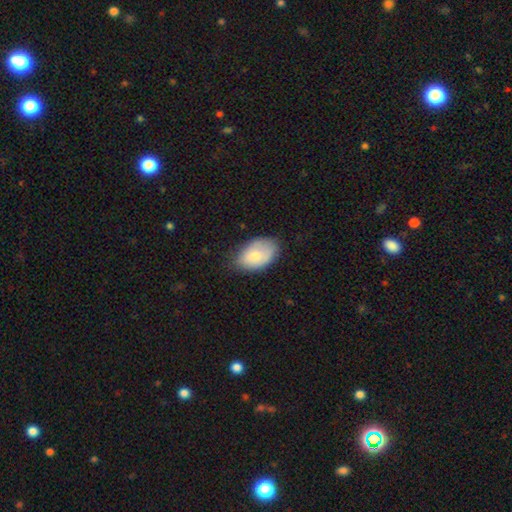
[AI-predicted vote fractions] Q: Smooth or featured?
A: smooth (75%); runner-up: featured or disk (19%)
Q: How rounded?
A: in between (90%); runner-up: round (9%)
Q: Merging?
A: none (68%); runner-up: minor disturbance (26%)